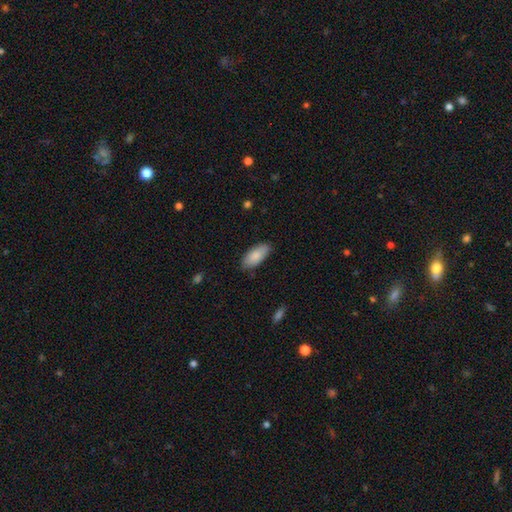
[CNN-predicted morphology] smooth 86%, featured or disk 8%, star or artifact 6%. Down the decision tree: how rounded — in between (88%); merging — none (83%).